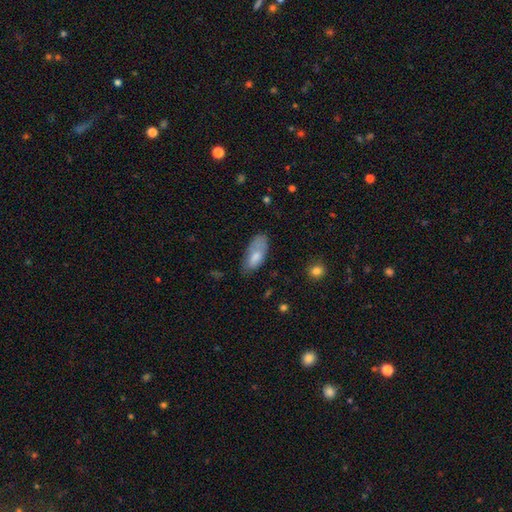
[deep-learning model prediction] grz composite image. It shows a smooth galaxy with no disk features (77%) that is in between round and cigar-shaped (87%). Merging: none (50%).